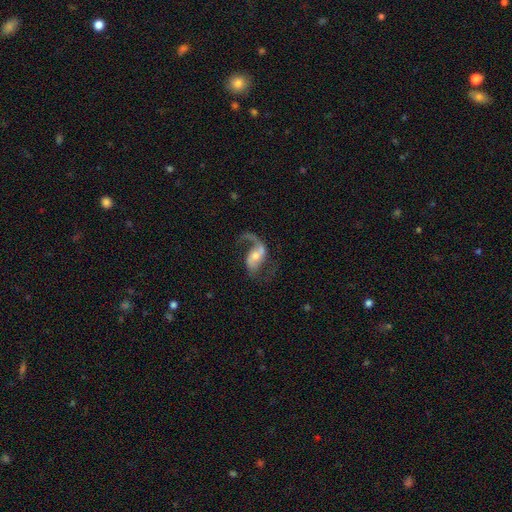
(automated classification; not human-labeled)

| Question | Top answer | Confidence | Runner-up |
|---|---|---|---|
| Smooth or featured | featured or disk | 87% | smooth (8%) |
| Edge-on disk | no | 97% | yes (3%) |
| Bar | weak | 39% | no (33%) |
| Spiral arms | yes | 95% | no (5%) |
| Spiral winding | loose | 63% | medium (30%) |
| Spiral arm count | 2 | 73% | 1 (22%) |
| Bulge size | moderate | 52% | small (40%) |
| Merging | none | 59% | major disturbance (22%) |